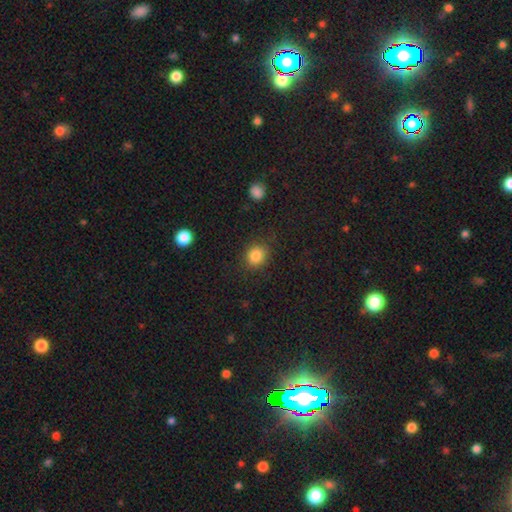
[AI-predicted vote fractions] Morphology: type=smooth (85%); roundness=round (78%); merging=none (84%).